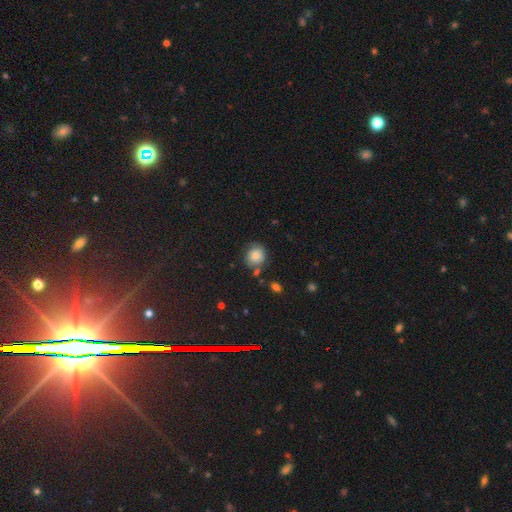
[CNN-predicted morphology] A smooth galaxy with no disk features (69%) that is round (81%).

Vote fractions:
- Smooth or featured? smooth: 69% / featured or disk: 21% / star or artifact: 11%
- How rounded? round: 81% / in between: 18% / cigar-shaped: 1%
- Merging? none: 64% / minor disturbance: 22% / major disturbance: 8% / merger: 6%